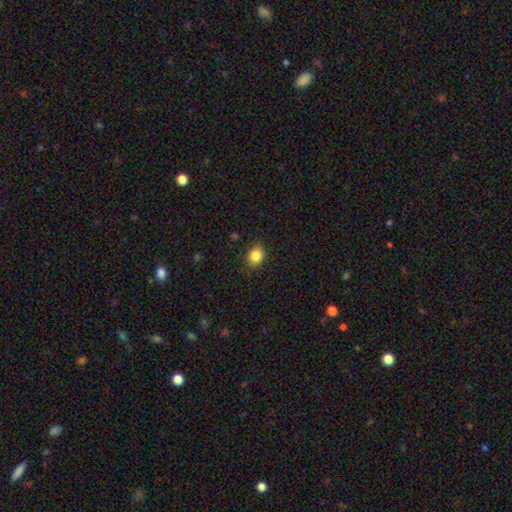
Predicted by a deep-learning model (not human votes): Morphology: type=smooth (84%); roundness=round (59%); merging=none (85%).